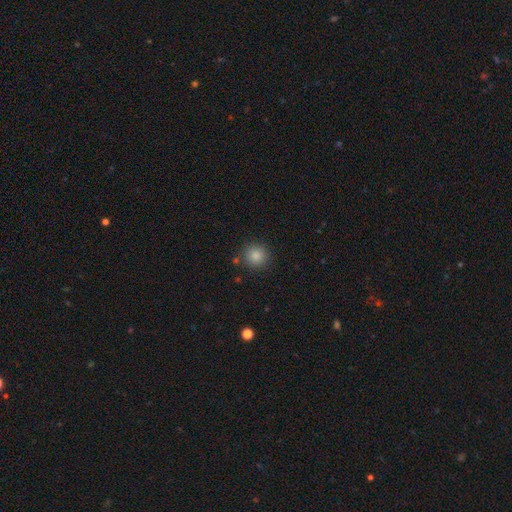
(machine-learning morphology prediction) Smooth or featured: smooth — 85% (star or artifact — 11%)
How rounded: round — 93% (in between — 6%)
Merging: none — 86% (minor disturbance — 8%)